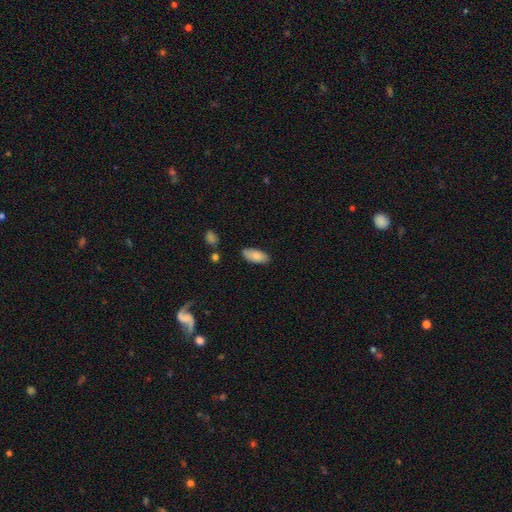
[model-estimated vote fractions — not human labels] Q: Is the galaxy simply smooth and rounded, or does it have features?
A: smooth — 83%.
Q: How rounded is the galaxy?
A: in between — 90%.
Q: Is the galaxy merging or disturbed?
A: none — 81%.